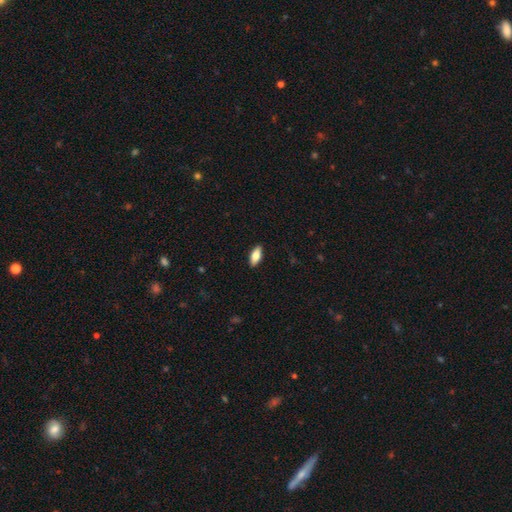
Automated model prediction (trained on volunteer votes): Smooth or featured? smooth (77%)
How rounded? in between (82%)
Merging? none (89%)